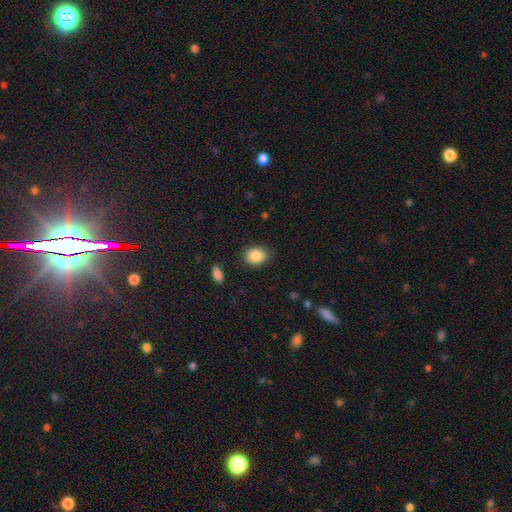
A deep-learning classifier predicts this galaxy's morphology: Q: Smooth or featured?
A: smooth (88%); runner-up: star or artifact (8%)
Q: How rounded?
A: in between (55%); runner-up: round (44%)
Q: Merging?
A: none (84%); runner-up: minor disturbance (11%)